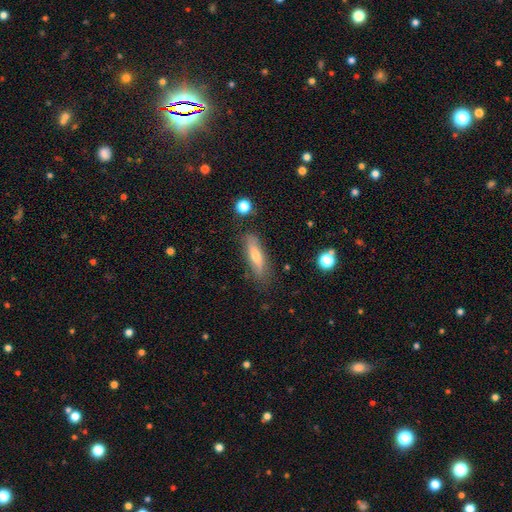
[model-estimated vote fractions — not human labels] A smooth galaxy with no disk features (56%) that is cigar-shaped (60%).

Vote fractions:
- Smooth or featured? smooth: 56% / featured or disk: 37% / star or artifact: 7%
- How rounded? cigar-shaped: 60% / in between: 38% / round: 3%
- Merging? none: 78% / minor disturbance: 16% / major disturbance: 4% / merger: 3%